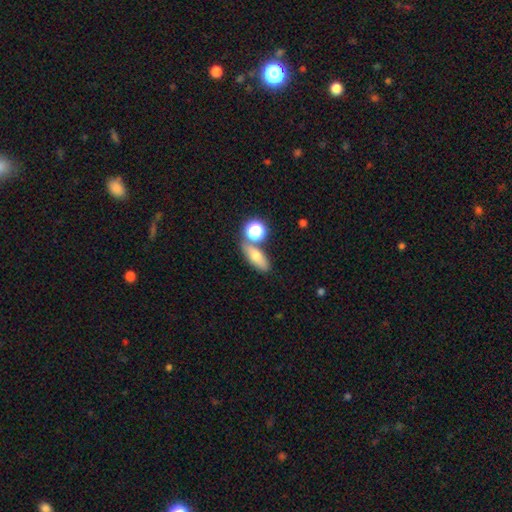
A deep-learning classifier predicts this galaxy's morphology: smooth-or-featured: smooth: 68% | featured or disk: 19% | star or artifact: 12%
  how-rounded: in between: 64% | cigar-shaped: 22% | round: 15%
  merging: none: 63% | merger: 20% | minor disturbance: 13% | major disturbance: 5%